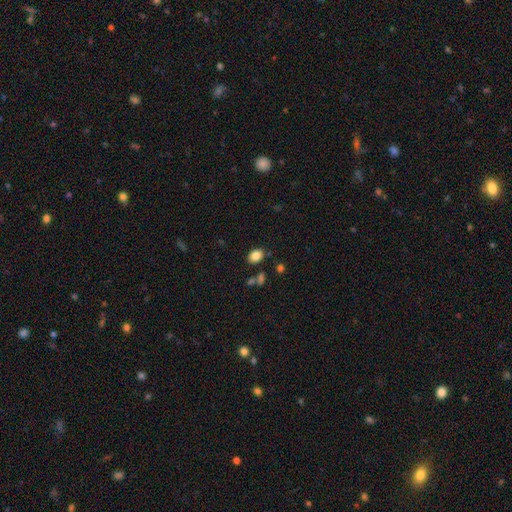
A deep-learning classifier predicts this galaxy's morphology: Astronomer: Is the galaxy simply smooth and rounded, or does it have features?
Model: smooth — 84%.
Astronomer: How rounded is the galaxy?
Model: in between — 68%.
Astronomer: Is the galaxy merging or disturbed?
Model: none — 80%.